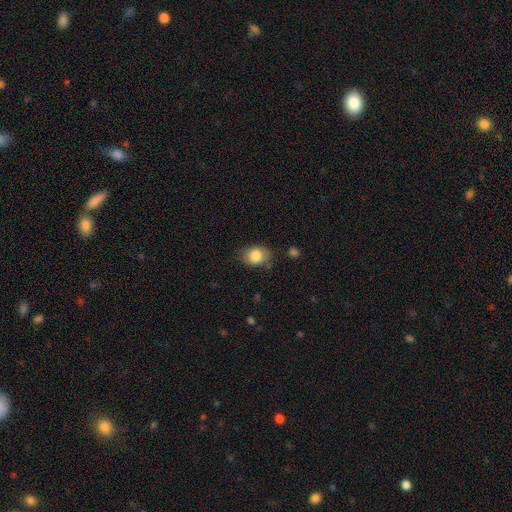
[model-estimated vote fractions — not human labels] A smooth galaxy with no disk features (84%) that is in between round and cigar-shaped (63%).

Vote fractions:
- Smooth or featured? smooth: 84% / featured or disk: 8% / star or artifact: 8%
- How rounded? in between: 63% / round: 36% / cigar-shaped: 1%
- Merging? none: 71% / minor disturbance: 21% / major disturbance: 5% / merger: 2%